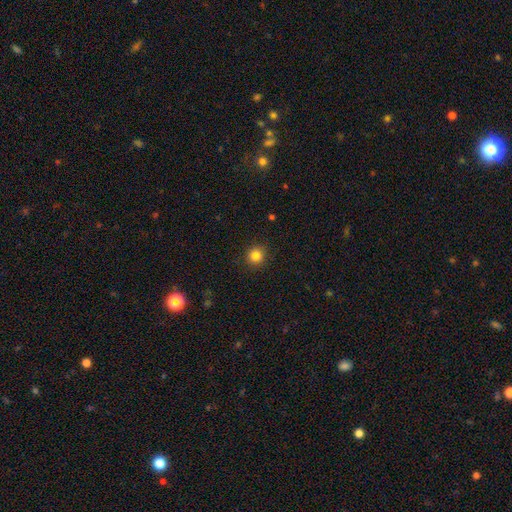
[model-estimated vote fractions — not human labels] Smooth or featured? smooth (83%)
How rounded? round (93%)
Merging? none (92%)